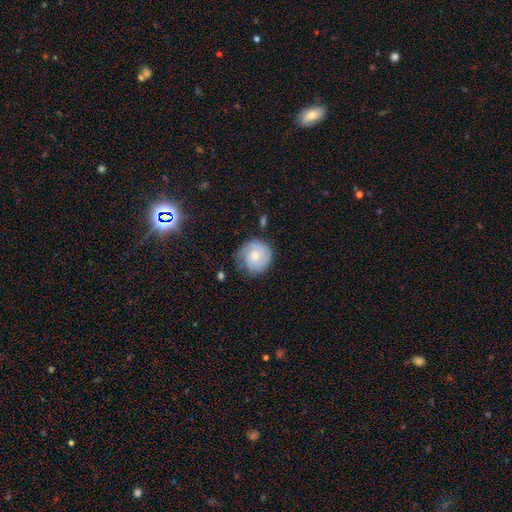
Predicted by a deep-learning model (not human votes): Overall: featured or disk (51%; smooth 42%). Edge-on disk: no (98%). Merging: none (65%).